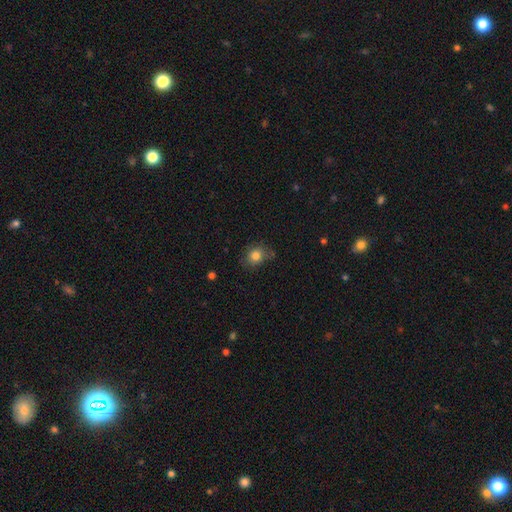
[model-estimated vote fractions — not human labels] smooth_or_featured: smooth (p=0.81) [alt: star or artifact p=0.11]
how_rounded: round (p=0.64) [alt: in between p=0.35]
merging: none (p=0.72) [alt: minor disturbance p=0.21]